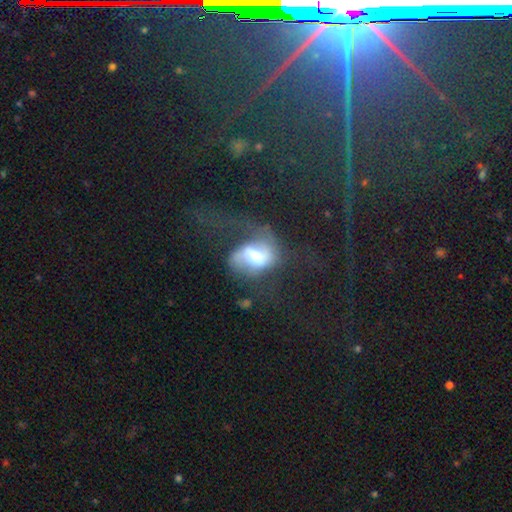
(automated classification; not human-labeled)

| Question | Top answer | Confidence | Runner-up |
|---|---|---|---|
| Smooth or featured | featured or disk | 61% | smooth (30%) |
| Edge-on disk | no | 96% | yes (4%) |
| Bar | weak | 42% | no (39%) |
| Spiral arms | yes | 75% | no (25%) |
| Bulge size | moderate | 60% | large (19%) |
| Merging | major disturbance | 44% | none (33%) |